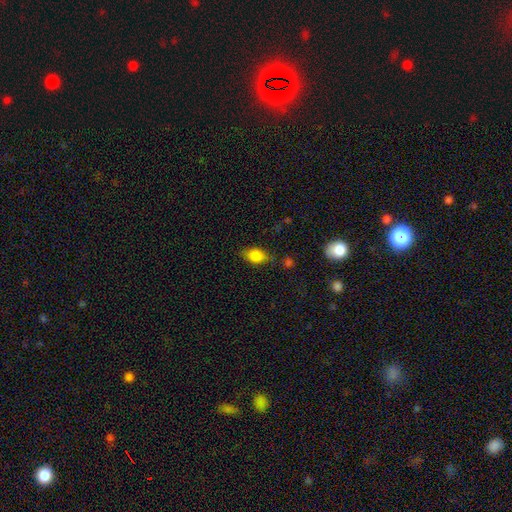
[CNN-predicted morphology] This is clearly a smooth galaxy (80%). How rounded: likely in between (80%). Merging: likely none (72%).